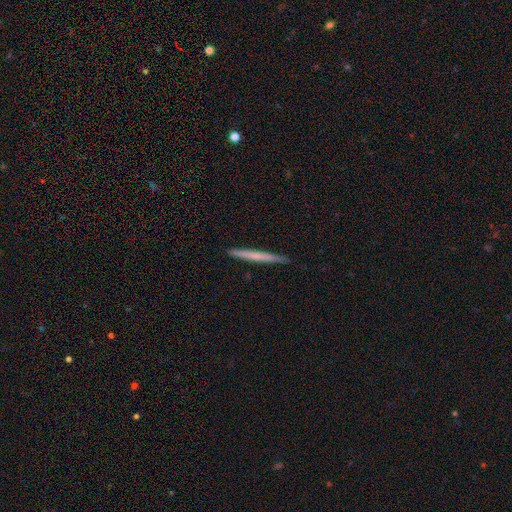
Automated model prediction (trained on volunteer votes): smooth 56%, featured or disk 39%, star or artifact 5%. Down the decision tree: how rounded — cigar-shaped (97%); merging — none (91%).